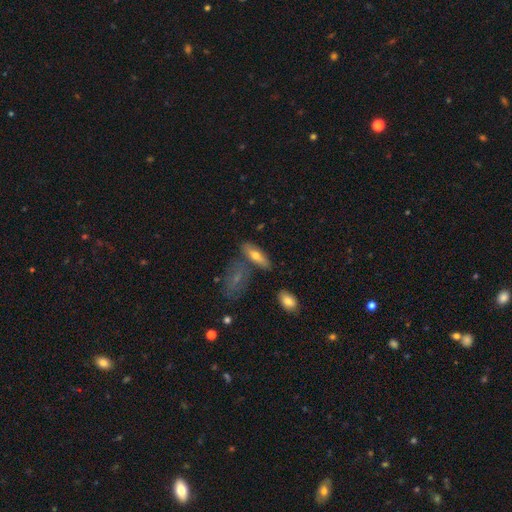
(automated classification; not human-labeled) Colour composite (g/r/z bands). It shows a smooth galaxy with no disk features (63%) that is in between round and cigar-shaped (61%). Merging: none (68%).